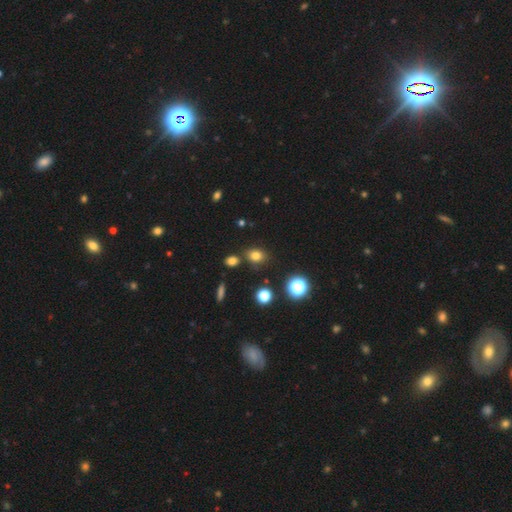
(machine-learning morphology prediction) Smooth or featured? smooth (76%)
How rounded? in between (55%)
Merging? none (77%)